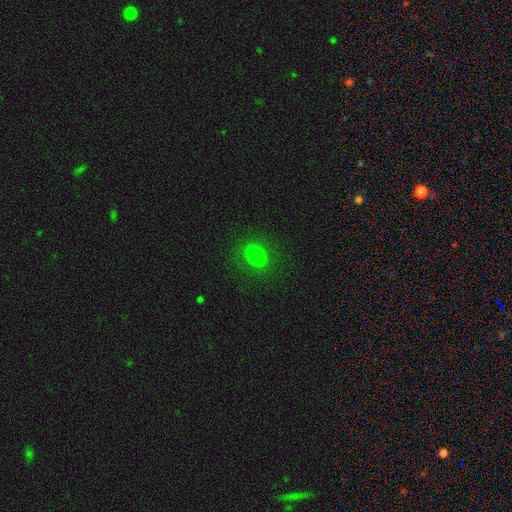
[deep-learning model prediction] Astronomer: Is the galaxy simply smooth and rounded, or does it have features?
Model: smooth — 77%.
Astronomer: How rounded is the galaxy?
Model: in between — 50% (runner-up: round, 49%).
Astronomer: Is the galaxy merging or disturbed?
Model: none — 84%.